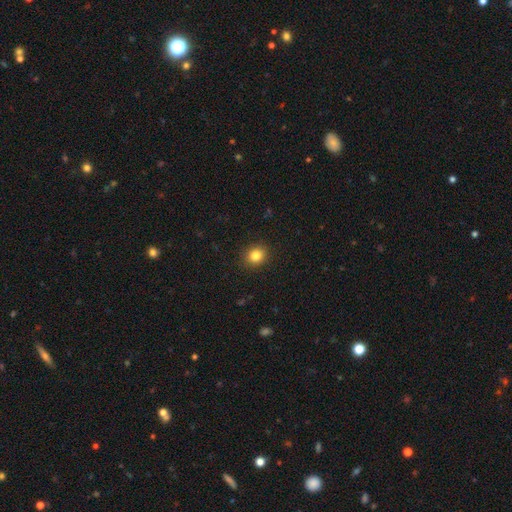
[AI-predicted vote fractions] Smooth or featured? smooth (83%)
How rounded? round (73%)
Merging? none (91%)